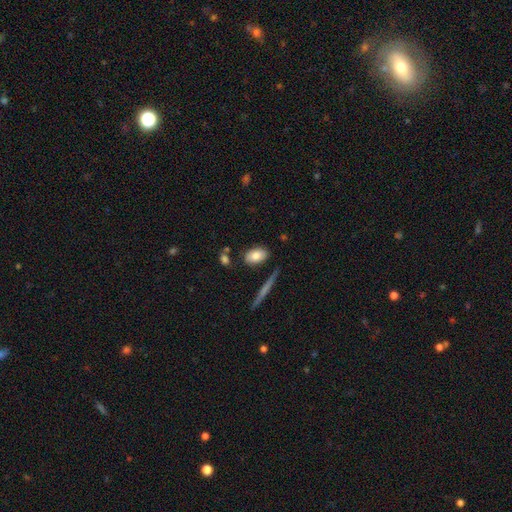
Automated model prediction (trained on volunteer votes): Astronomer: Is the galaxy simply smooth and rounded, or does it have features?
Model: smooth — 80%.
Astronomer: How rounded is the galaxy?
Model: in between — 88%.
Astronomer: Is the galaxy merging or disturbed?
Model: none — 78%.